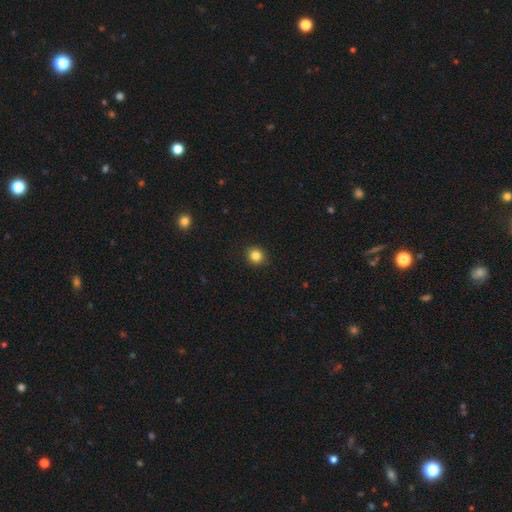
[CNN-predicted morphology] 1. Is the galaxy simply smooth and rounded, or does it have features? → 84% smooth, 11% star or artifact, 5% featured or disk.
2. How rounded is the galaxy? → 88% round, 11% in between, 1% cigar-shaped.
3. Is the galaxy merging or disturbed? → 91% none, 6% minor disturbance, 2% major disturbance, 1% merger.